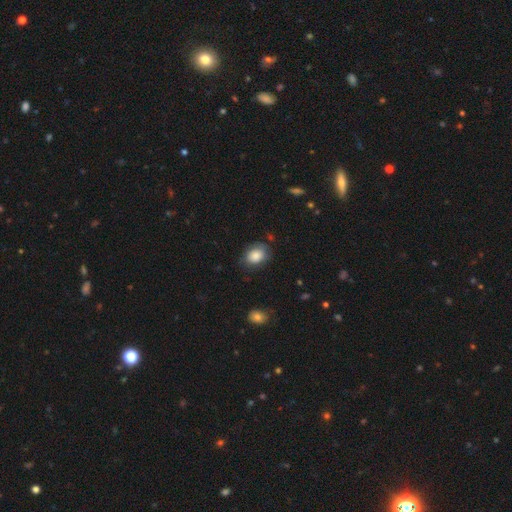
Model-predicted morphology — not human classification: Smooth or featured? smooth (82%)
How rounded? in between (70%)
Merging? none (69%)